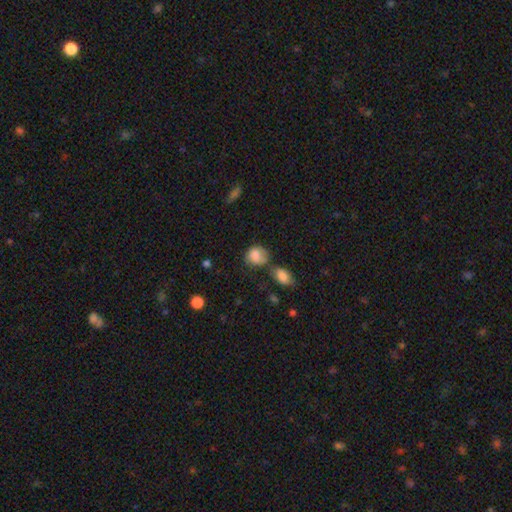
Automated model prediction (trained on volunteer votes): The model was most divided on "how rounded": round: 55%, in between: 44%, cigar-shaped: 1%. Remaining: smooth or featured — smooth (82%); merging — none (43%).